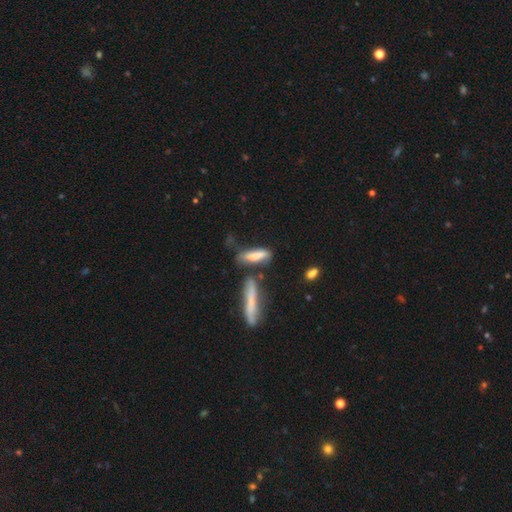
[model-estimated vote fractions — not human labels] smooth_or_featured: smooth (p=0.71) [alt: featured or disk p=0.21]
how_rounded: cigar-shaped (p=0.62) [alt: in between p=0.36]
merging: none (p=0.40) [alt: merger p=0.24]